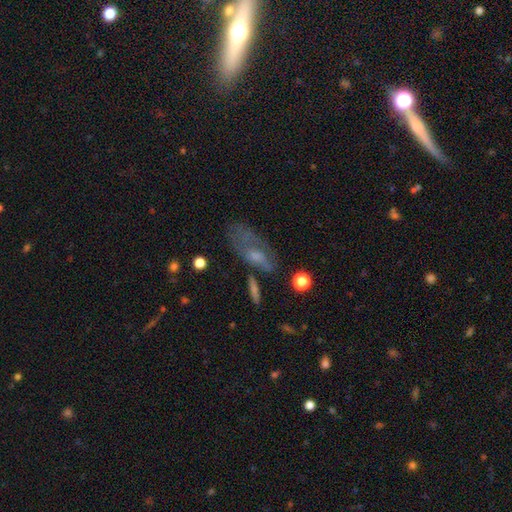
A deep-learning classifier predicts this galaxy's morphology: Smooth or featured? Predicted: featured or disk (p=0.42). Merging? Predicted: none (p=0.47).